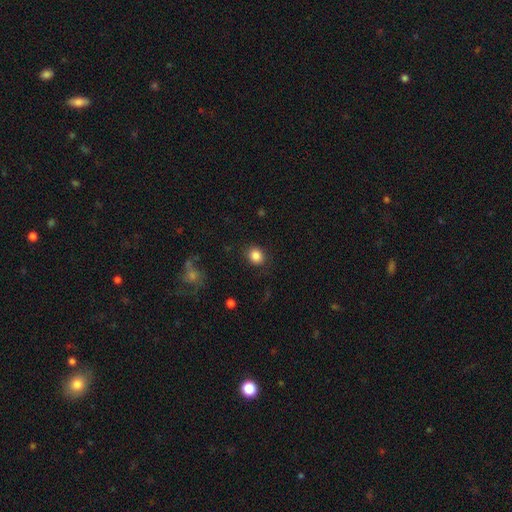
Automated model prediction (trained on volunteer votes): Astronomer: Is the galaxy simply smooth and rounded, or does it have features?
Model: smooth — 86%.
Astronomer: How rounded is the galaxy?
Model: round — 70%.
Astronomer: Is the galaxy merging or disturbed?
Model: none — 86%.